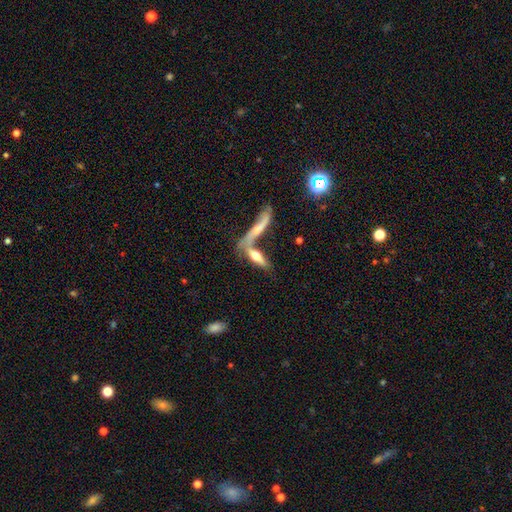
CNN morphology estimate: A smooth galaxy with no disk features (53%) that is cigar-shaped (64%).

Vote fractions:
- Smooth or featured? smooth: 53% / featured or disk: 39% / star or artifact: 8%
- How rounded? cigar-shaped: 64% / in between: 33% / round: 3%
- Merging? merger: 53% / none: 31% / minor disturbance: 10% / major disturbance: 7%